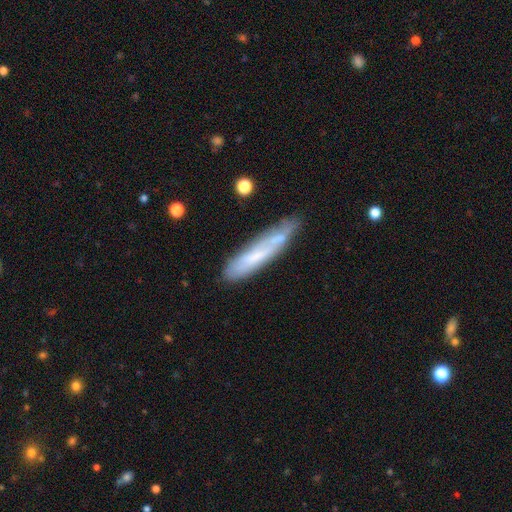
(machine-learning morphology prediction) smooth 53%, featured or disk 39%, star or artifact 8%. Down the decision tree: how rounded — cigar-shaped (85%); merging — none (68%).